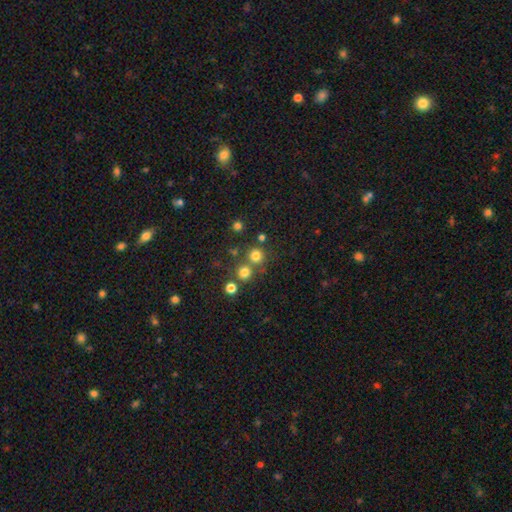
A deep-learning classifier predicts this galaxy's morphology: This is likely a smooth galaxy (75%). How rounded: clearly round (92%). Merging: likely none (68%).